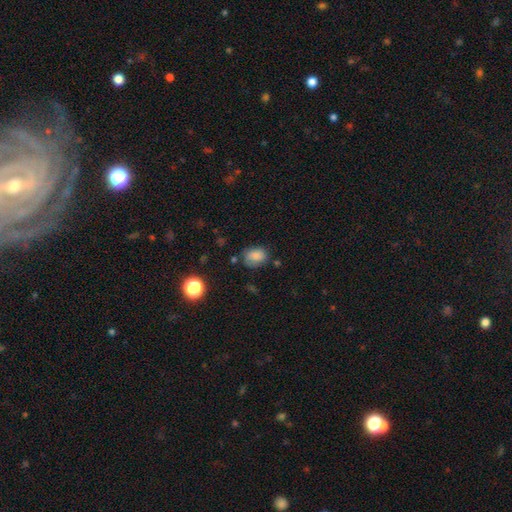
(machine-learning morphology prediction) smooth_or_featured: smooth (p=0.82) [alt: star or artifact p=0.11]
how_rounded: in between (p=0.69) [alt: round p=0.30]
merging: none (p=0.64) [alt: minor disturbance p=0.25]